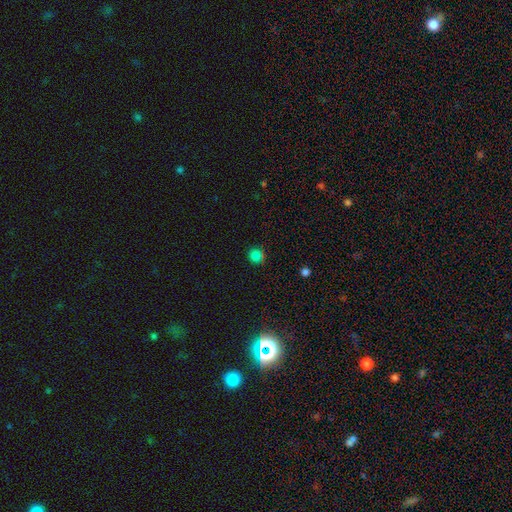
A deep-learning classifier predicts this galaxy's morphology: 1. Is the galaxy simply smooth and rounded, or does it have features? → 72% smooth, 22% star or artifact, 5% featured or disk.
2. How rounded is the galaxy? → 88% round, 11% in between, 1% cigar-shaped.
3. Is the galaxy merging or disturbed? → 79% none, 13% minor disturbance, 4% merger, 4% major disturbance.